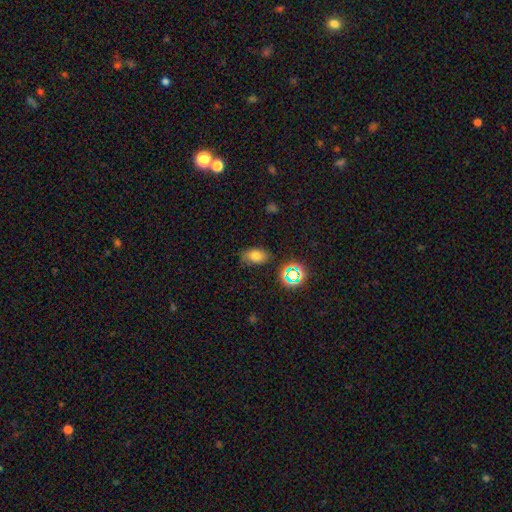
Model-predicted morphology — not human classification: Smooth or featured?
  - smooth: 71% *
  - star or artifact: 17%
  - featured or disk: 11%
How rounded?
  - in between: 85% *
  - round: 13%
  - cigar-shaped: 2%
Merging?
  - none: 79% *
  - minor disturbance: 15%
  - major disturbance: 4%
  - merger: 3%